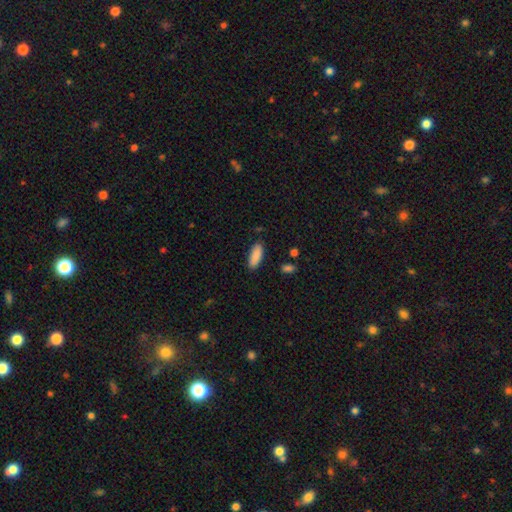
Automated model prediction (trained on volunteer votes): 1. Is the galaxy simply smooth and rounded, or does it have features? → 89% smooth, 6% star or artifact, 4% featured or disk.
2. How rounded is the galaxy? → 72% in between, 26% cigar-shaped, 2% round.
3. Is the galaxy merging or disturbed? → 86% none, 10% minor disturbance, 2% major disturbance, 2% merger.